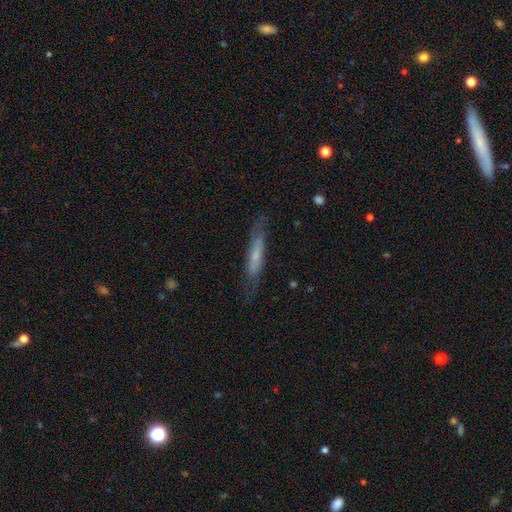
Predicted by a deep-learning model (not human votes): Morphology: type=featured or disk (49%); merging=none (74%).